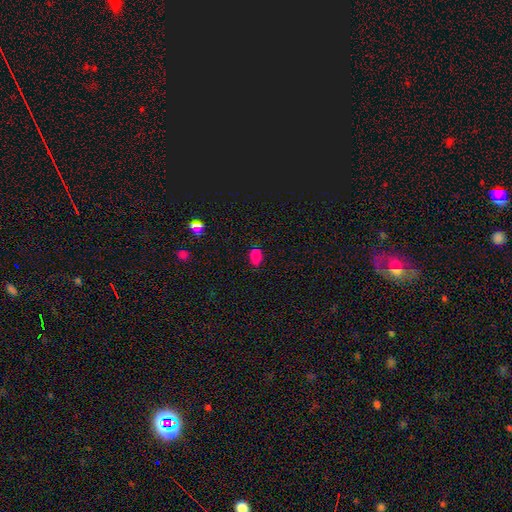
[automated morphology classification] smooth 81%, star or artifact 15%, featured or disk 5%. Down the decision tree: how rounded — in between (83%); merging — none (80%).